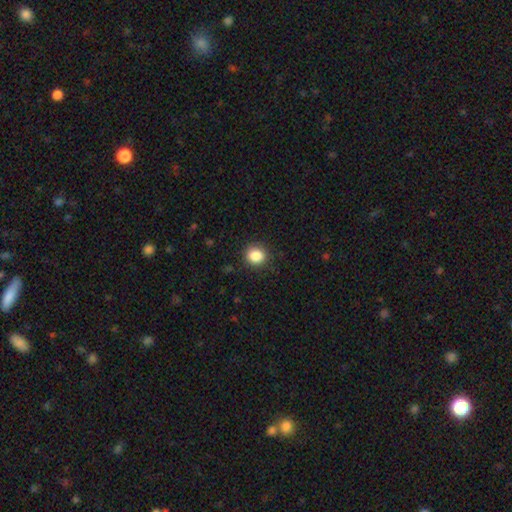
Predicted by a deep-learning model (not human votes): The model was most divided on "how rounded": round: 80%, in between: 19%, cigar-shaped: 1%. More confident: merging — none (88%); smooth or featured — smooth (86%).